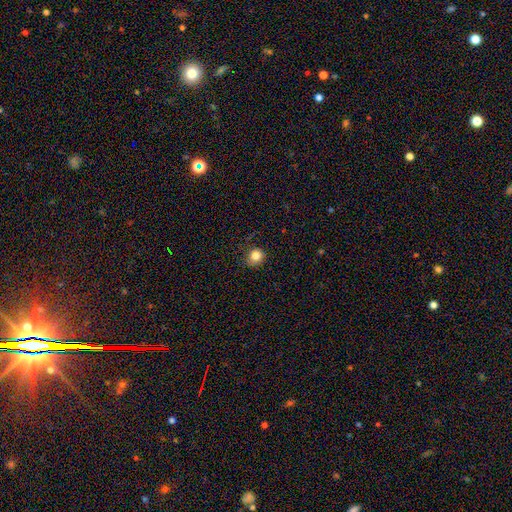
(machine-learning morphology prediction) Q: Smooth or featured?
A: smooth (83%); runner-up: star or artifact (12%)
Q: How rounded?
A: round (82%); runner-up: in between (17%)
Q: Merging?
A: none (80%); runner-up: minor disturbance (15%)